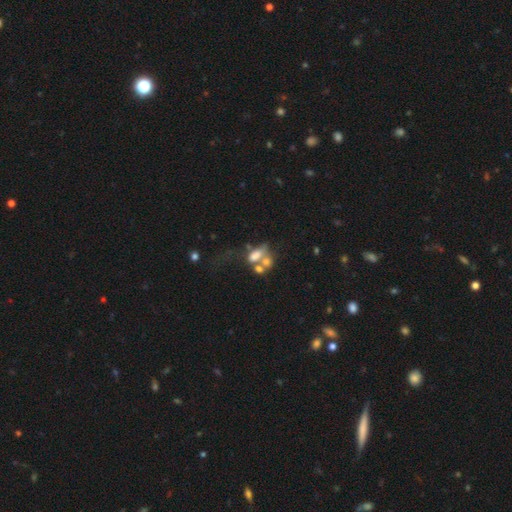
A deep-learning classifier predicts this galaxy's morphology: Smooth or featured?
  - smooth: 55% *
  - featured or disk: 31%
  - star or artifact: 14%
How rounded?
  - in between: 78% *
  - round: 17%
  - cigar-shaped: 5%
Merging?
  - merger: 53% *
  - major disturbance: 20%
  - none: 17%
  - minor disturbance: 9%